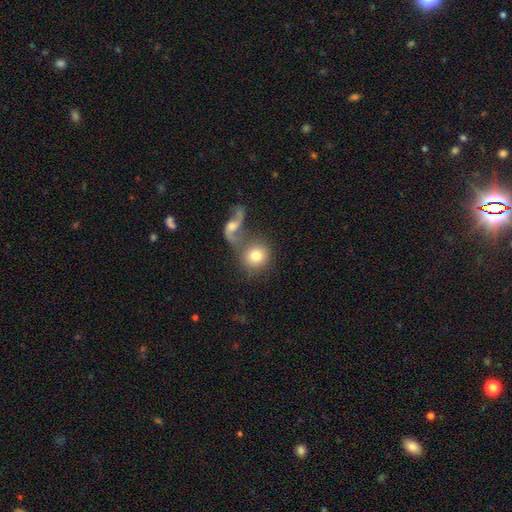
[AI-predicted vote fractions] Overall: smooth (74%). How rounded: round (84%). Merging: none (46%; merger 38%).